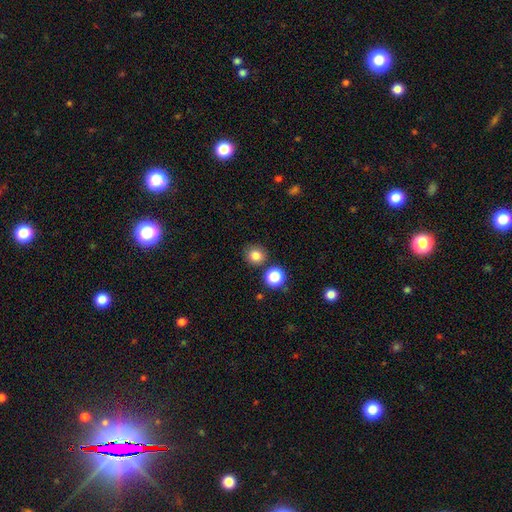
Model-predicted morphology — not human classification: A smooth galaxy with no disk features (82%) that is round (90%).

Vote fractions:
- Smooth or featured? smooth: 82% / star or artifact: 13% / featured or disk: 5%
- How rounded? round: 90% / in between: 10% / cigar-shaped: 1%
- Merging? none: 83% / minor disturbance: 8% / merger: 7% / major disturbance: 3%